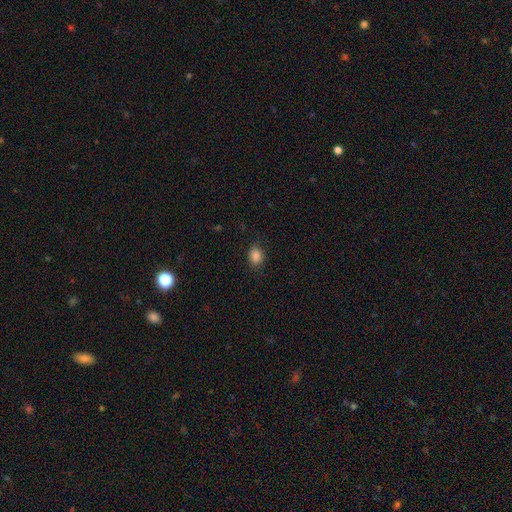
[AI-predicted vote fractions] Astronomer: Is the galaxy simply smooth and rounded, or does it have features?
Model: smooth — 86%.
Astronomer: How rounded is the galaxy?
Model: in between — 60% (runner-up: round, 39%).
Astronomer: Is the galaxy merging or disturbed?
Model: none — 81%.